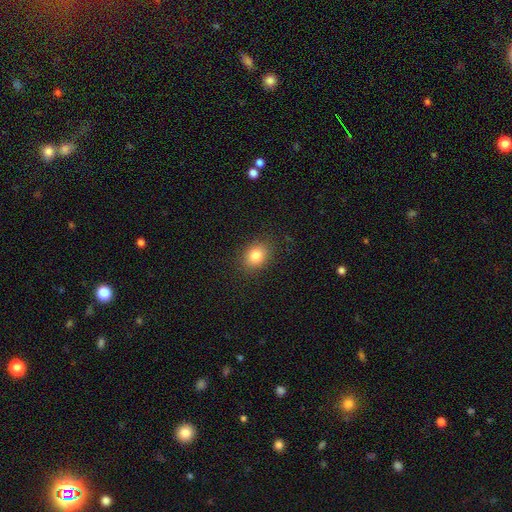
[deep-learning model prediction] smooth_or_featured: smooth (p=0.82) [alt: star or artifact p=0.11]
how_rounded: round (p=0.52) [alt: in between p=0.47]
merging: none (p=0.87) [alt: minor disturbance p=0.09]